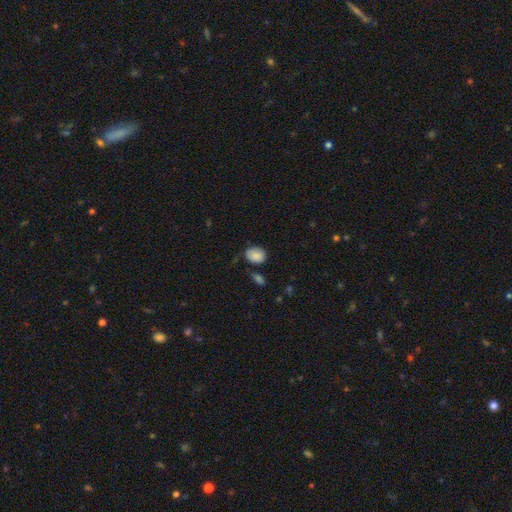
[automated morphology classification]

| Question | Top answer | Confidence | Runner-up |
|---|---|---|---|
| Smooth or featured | smooth | 85% | star or artifact (8%) |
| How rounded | in between | 55% | round (44%) |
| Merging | none | 65% | minor disturbance (24%) |